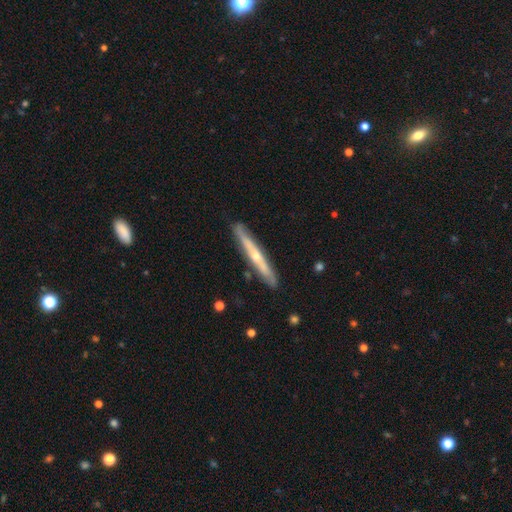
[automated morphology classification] smooth_or_featured: featured or disk (p=0.66) [alt: smooth p=0.28]
disk_edge_on: yes (p=0.92) [alt: no p=0.08]
edge_on_bulge: rounded (p=0.75) [alt: none p=0.23]
merging: none (p=0.87) [alt: minor disturbance p=0.10]